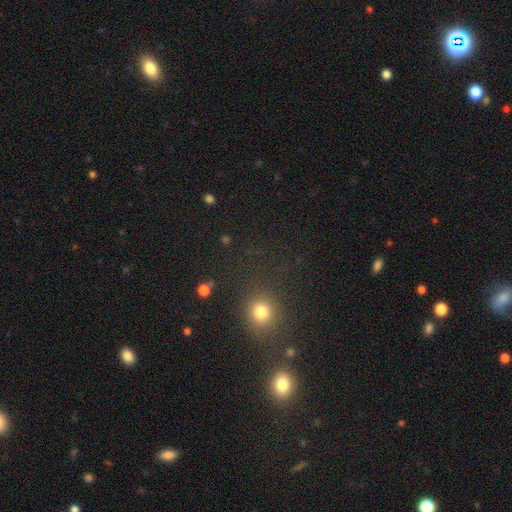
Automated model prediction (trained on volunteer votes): smooth 56%, star or artifact 37%, featured or disk 7%. Down the decision tree: how rounded — round (88%); merging — none (78%).